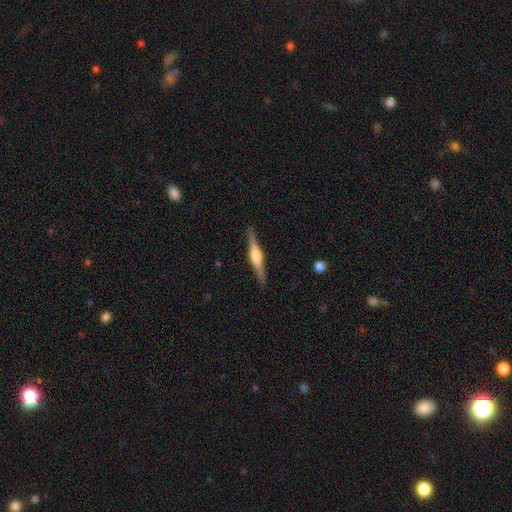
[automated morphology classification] Q: Smooth or featured?
A: featured or disk (77%); runner-up: smooth (17%)
Q: Edge-on disk?
A: yes (98%); runner-up: no (2%)
Q: Edge-on bulge?
A: rounded (84%); runner-up: boxy (13%)
Q: Merging?
A: none (90%); runner-up: minor disturbance (7%)